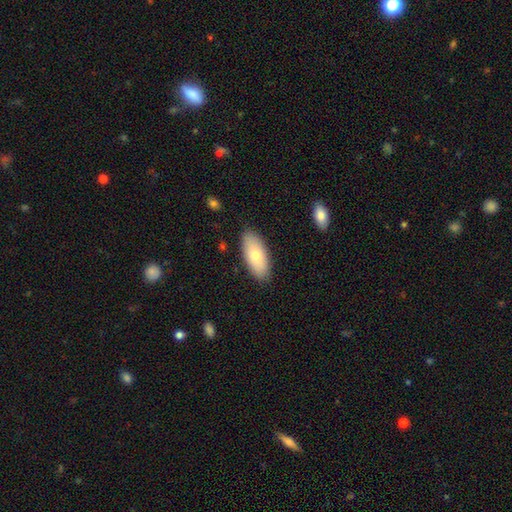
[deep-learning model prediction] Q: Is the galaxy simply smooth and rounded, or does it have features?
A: smooth — 77%.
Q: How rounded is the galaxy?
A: in between — 89%.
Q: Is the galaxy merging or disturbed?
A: none — 87%.